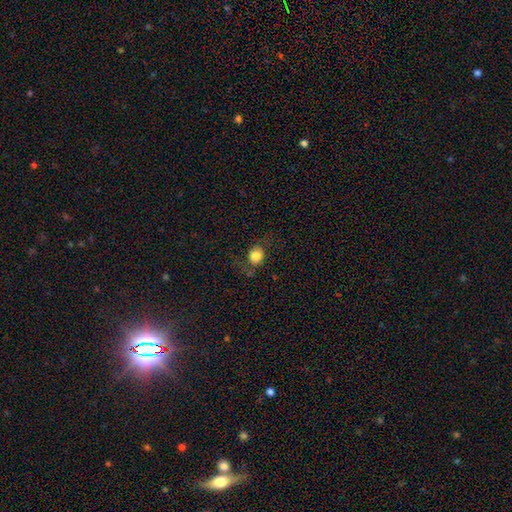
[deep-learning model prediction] Overall: smooth (75%). How rounded: round (70%). Merging: none (65%).